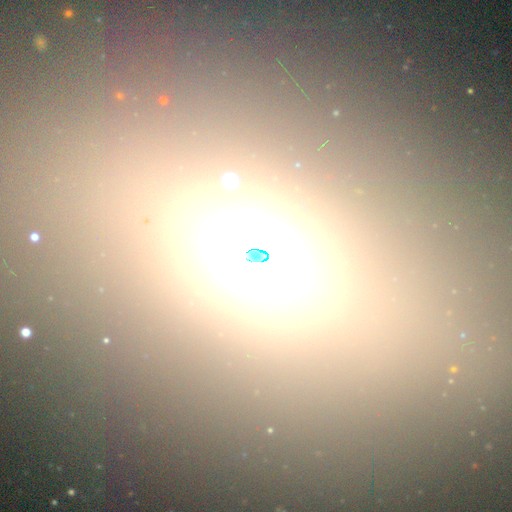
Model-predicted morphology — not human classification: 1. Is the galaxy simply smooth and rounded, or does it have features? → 40% star or artifact, 32% smooth, 28% featured or disk.